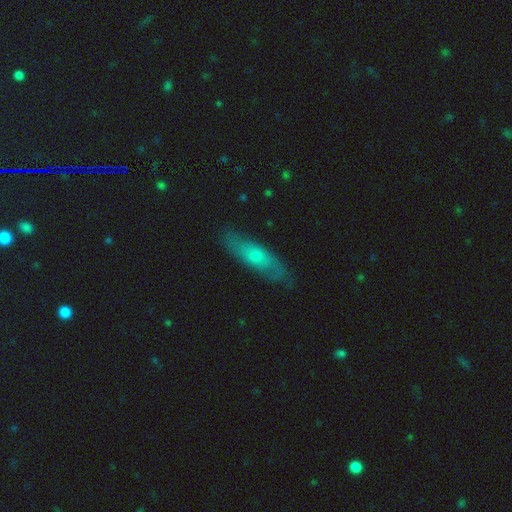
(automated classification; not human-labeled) Smooth or featured? Predicted: smooth (p=0.48). Merging? Predicted: none (p=0.81).